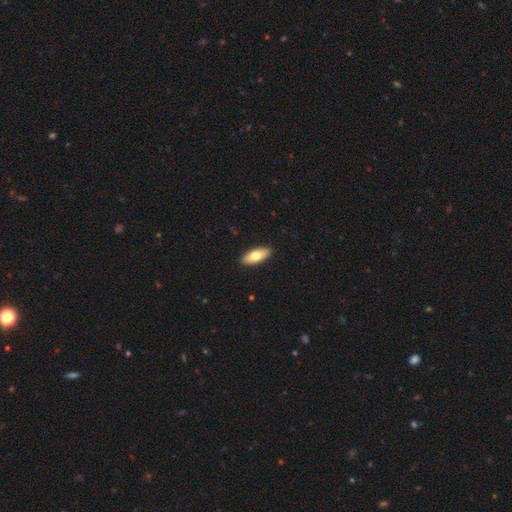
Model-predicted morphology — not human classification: A smooth galaxy with no disk features (71%) that is in between round and cigar-shaped (76%).

Vote fractions:
- Smooth or featured? smooth: 71% / featured or disk: 23% / star or artifact: 6%
- How rounded? in between: 76% / cigar-shaped: 22% / round: 3%
- Merging? none: 91% / minor disturbance: 7% / major disturbance: 1% / merger: 1%